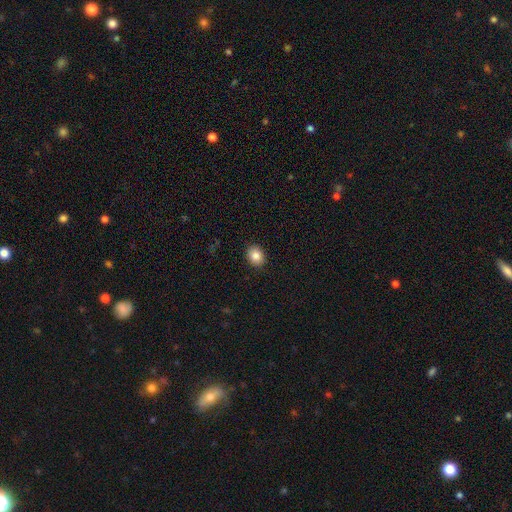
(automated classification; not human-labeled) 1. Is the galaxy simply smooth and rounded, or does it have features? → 85% smooth, 9% star or artifact, 6% featured or disk.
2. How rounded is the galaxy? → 50% in between, 49% round, 1% cigar-shaped.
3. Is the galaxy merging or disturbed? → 91% none, 6% minor disturbance, 2% major disturbance, 1% merger.